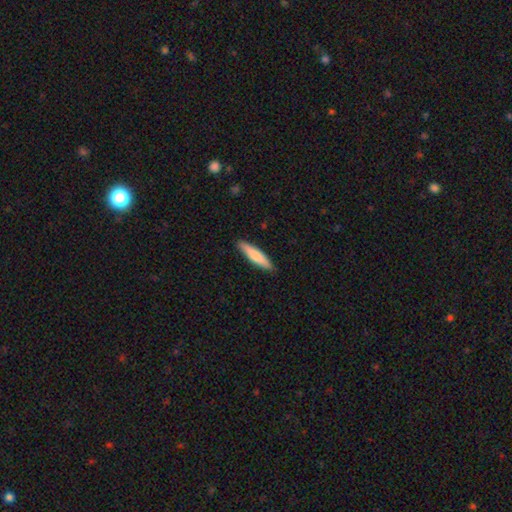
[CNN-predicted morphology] A smooth galaxy with no disk features (73%) that is cigar-shaped (82%).

Vote fractions:
- Smooth or featured? smooth: 73% / featured or disk: 22% / star or artifact: 5%
- How rounded? cigar-shaped: 82% / in between: 17% / round: 1%
- Merging? none: 89% / minor disturbance: 8% / major disturbance: 1% / merger: 1%